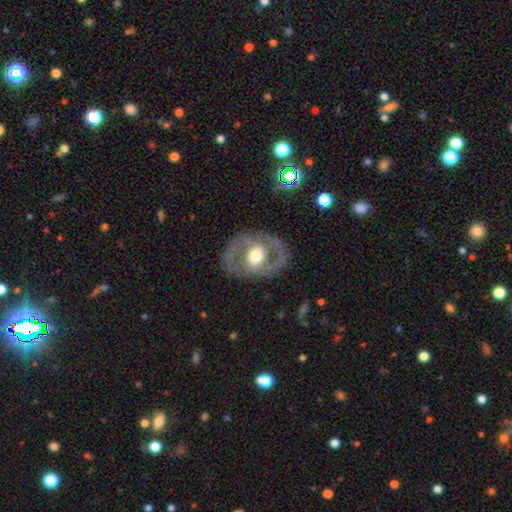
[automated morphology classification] Smooth or featured? featured or disk (71%)
Edge-on disk? no (95%)
Bar? no (56%)
Spiral arms? yes (51%)
Bulge size? moderate (61%)
Merging? none (78%)